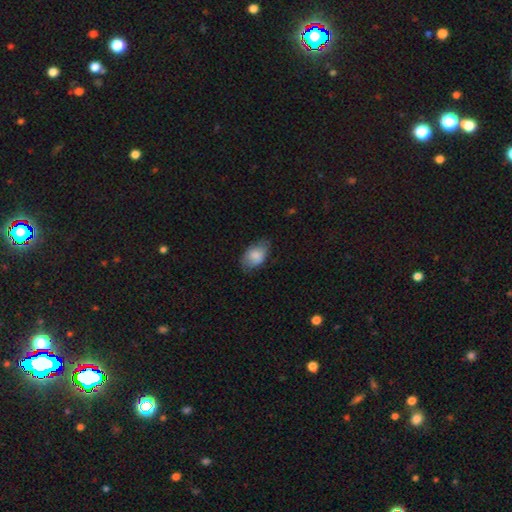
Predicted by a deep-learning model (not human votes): Smooth or featured? Predicted: smooth (p=0.80). How rounded? Predicted: in between (p=0.90). Merging? Predicted: none (p=0.67).